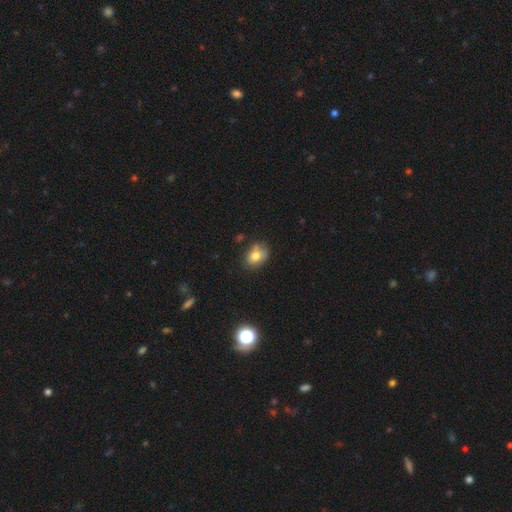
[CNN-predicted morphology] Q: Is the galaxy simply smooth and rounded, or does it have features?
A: smooth — 76%.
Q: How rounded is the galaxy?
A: in between — 64%.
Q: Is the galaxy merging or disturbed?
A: none — 62%.